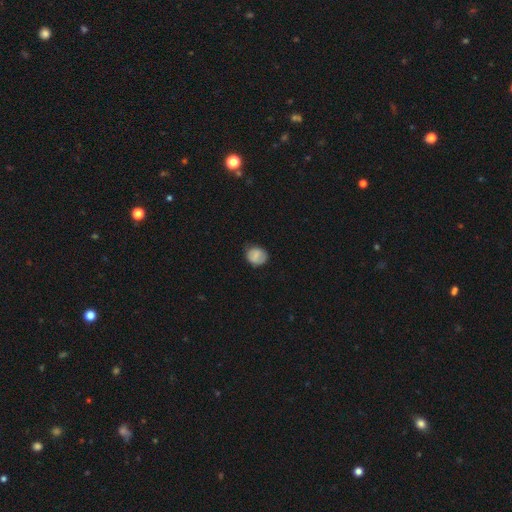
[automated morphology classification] Smooth or featured: smooth — 74% (featured or disk — 17%)
How rounded: round — 72% (in between — 27%)
Merging: none — 75% (minor disturbance — 19%)